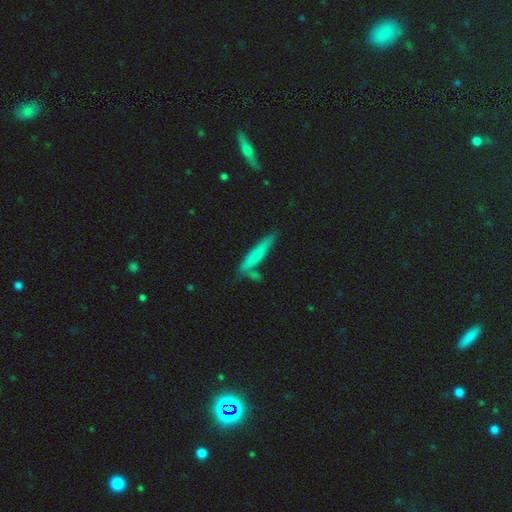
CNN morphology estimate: This is likely a smooth galaxy (69%). How rounded: clearly cigar-shaped (89%). Merging: likely none (72%).